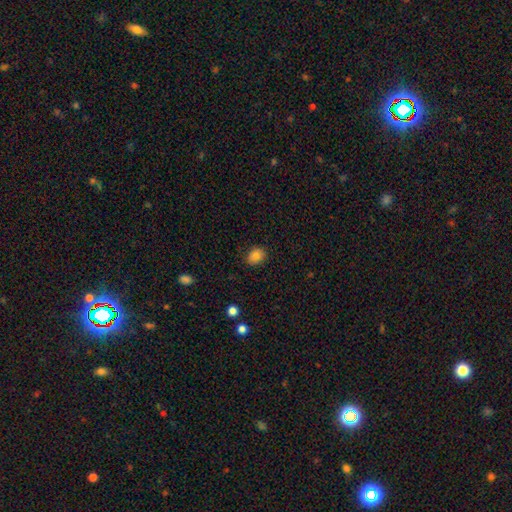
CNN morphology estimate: smooth-or-featured: smooth: 85% | star or artifact: 10% | featured or disk: 5%
  how-rounded: in between: 53% | round: 46% | cigar-shaped: 1%
  merging: none: 86% | minor disturbance: 10% | major disturbance: 3% | merger: 1%